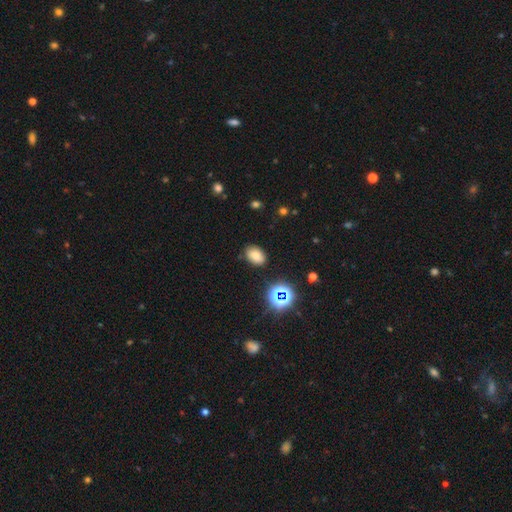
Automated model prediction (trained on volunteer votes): This appears to be a smooth galaxy with no disk features (75%) that is in between round and cigar-shaped (81%). Merging: none (81%).